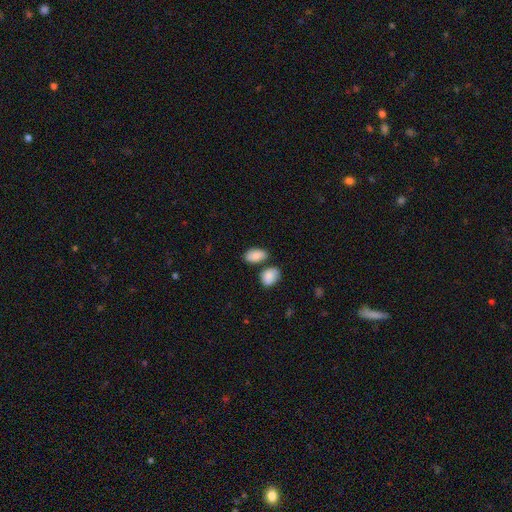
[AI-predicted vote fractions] Smooth or featured: smooth — 85% (featured or disk — 8%)
How rounded: in between — 91% (round — 7%)
Merging: none — 61% (merger — 20%)